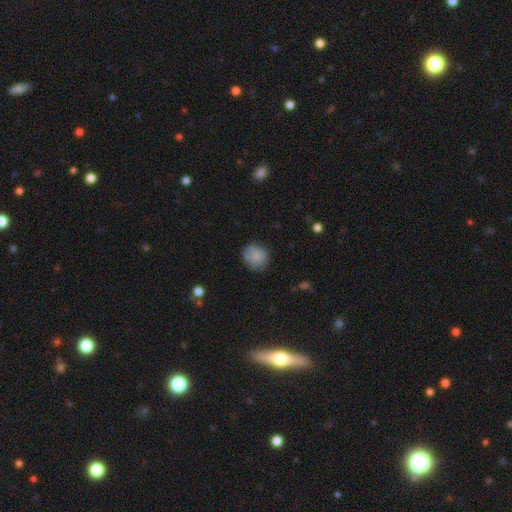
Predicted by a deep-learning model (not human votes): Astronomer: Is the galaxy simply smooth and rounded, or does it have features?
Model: smooth — 83%.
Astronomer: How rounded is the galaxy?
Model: round — 78%.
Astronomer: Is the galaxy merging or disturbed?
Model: none — 77%.